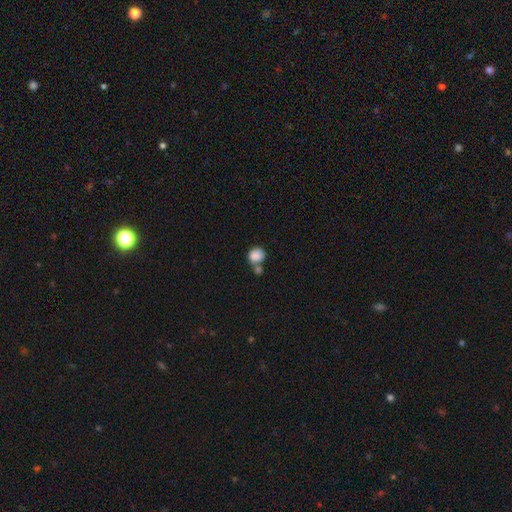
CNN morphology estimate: type=smooth (87%); roundness=round (80%); merging=none (49%).